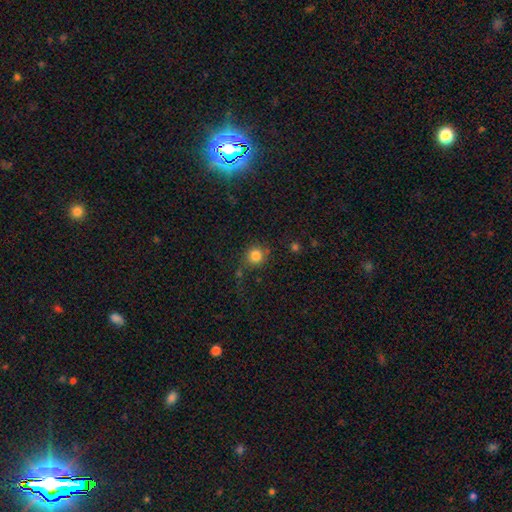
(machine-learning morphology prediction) type=smooth (82%); roundness=round (89%); merging=none (72%).